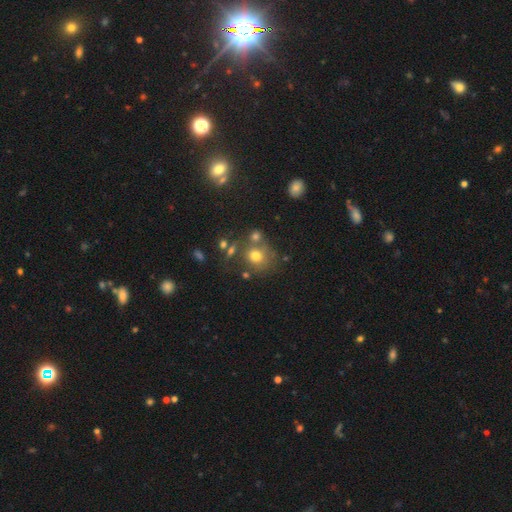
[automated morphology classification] This appears to be a smooth galaxy with no disk features (57%) that is round (85%). Merging: none (66%).